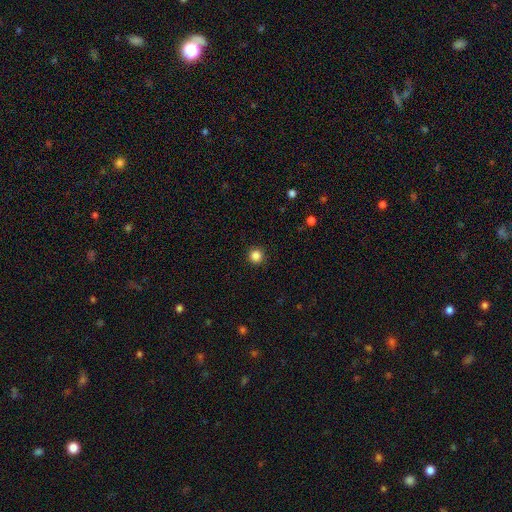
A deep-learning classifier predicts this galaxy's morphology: Smooth or featured? smooth (85%)
How rounded? round (96%)
Merging? none (93%)